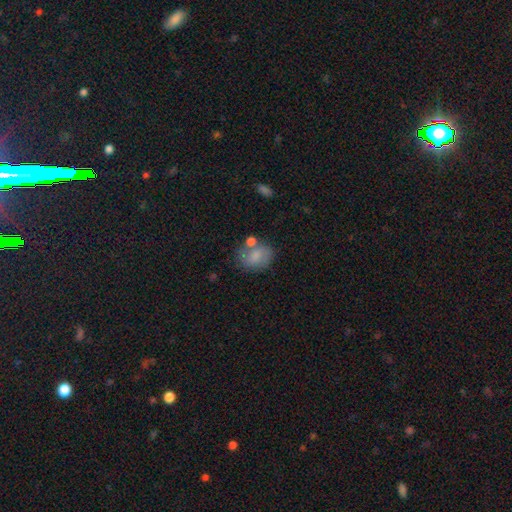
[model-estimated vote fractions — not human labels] Smooth or featured? Predicted: smooth (p=0.66). How rounded? Predicted: in between (p=0.56). Merging? Predicted: none (p=0.53).